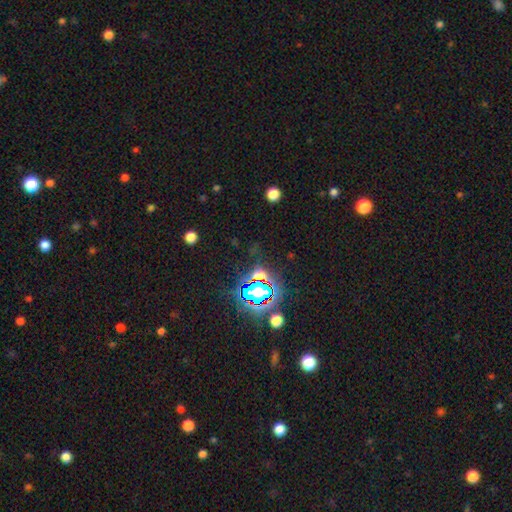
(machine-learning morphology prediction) A star or artifact, not a galaxy (78%).

Vote fractions:
- Smooth or featured? star or artifact: 78% / smooth: 14% / featured or disk: 7%